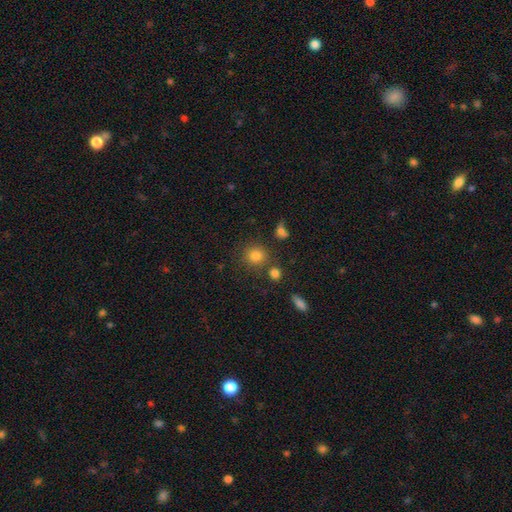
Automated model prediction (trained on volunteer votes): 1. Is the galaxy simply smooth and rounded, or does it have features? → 80% smooth, 13% star or artifact, 7% featured or disk.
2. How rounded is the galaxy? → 87% round, 12% in between, 1% cigar-shaped.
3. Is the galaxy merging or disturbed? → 77% none, 10% merger, 9% minor disturbance, 4% major disturbance.